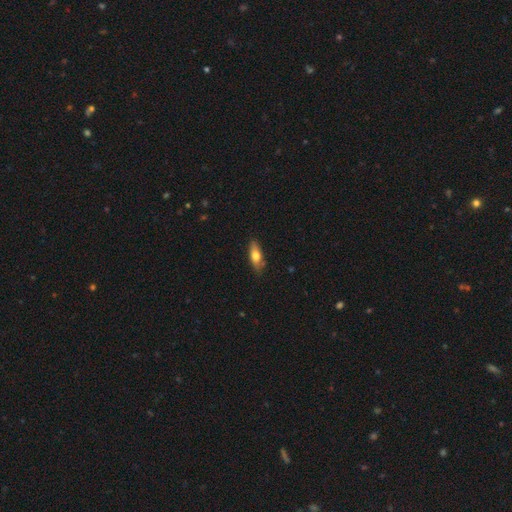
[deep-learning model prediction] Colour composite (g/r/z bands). It shows a smooth galaxy with no disk features (65%) that is in between round and cigar-shaped (62%). Merging: none (78%).